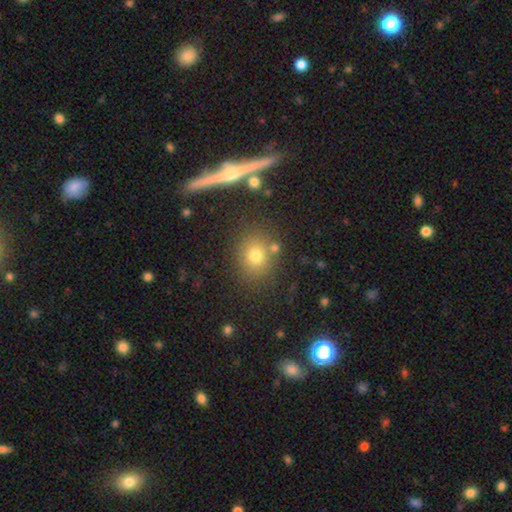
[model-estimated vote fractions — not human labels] This is likely a smooth galaxy (67%). How rounded: likely round (76%). Merging: likely none (80%).